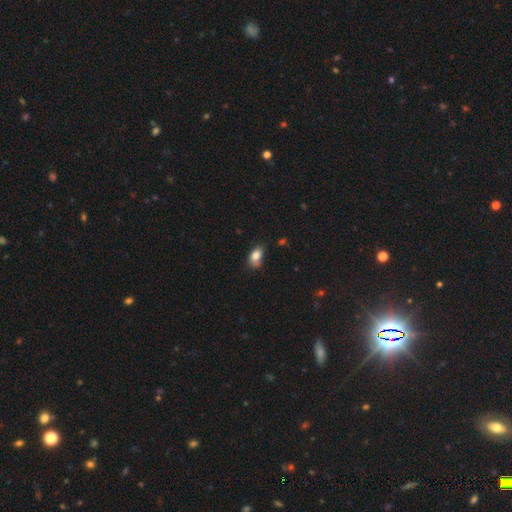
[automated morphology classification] Smooth or featured: smooth — 81% (featured or disk — 10%)
How rounded: in between — 84% (round — 14%)
Merging: none — 50% (minor disturbance — 35%)